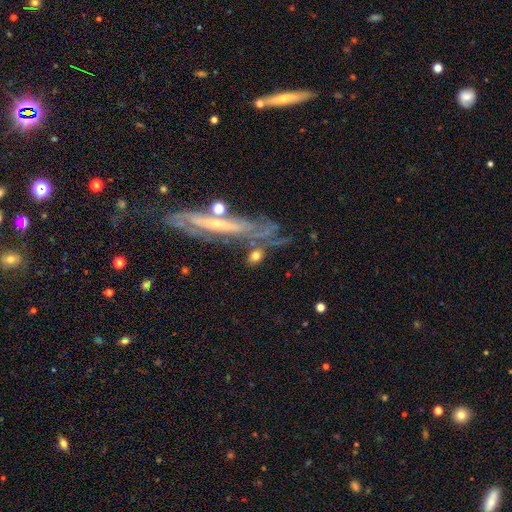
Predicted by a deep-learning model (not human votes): Smooth or featured? Predicted: smooth (p=0.63). How rounded? Predicted: round (p=0.41). Merging? Predicted: none (p=0.67).